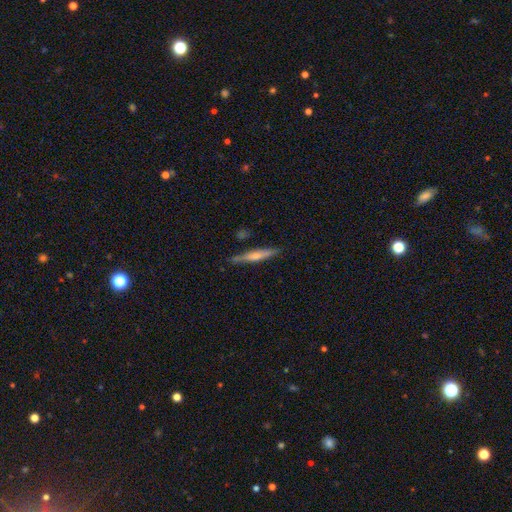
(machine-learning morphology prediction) smooth-or-featured: featured or disk: 49% | smooth: 45% | star or artifact: 6%
  merging: none: 84% | minor disturbance: 12% | merger: 2% | major disturbance: 2%